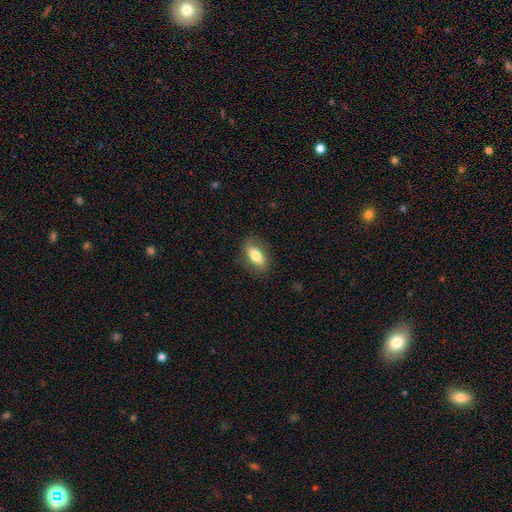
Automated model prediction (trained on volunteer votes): The model was most divided on "smooth or featured": smooth: 71%, featured or disk: 23%, star or artifact: 7%. More confident: merging — none (83%); how rounded — in between (82%).